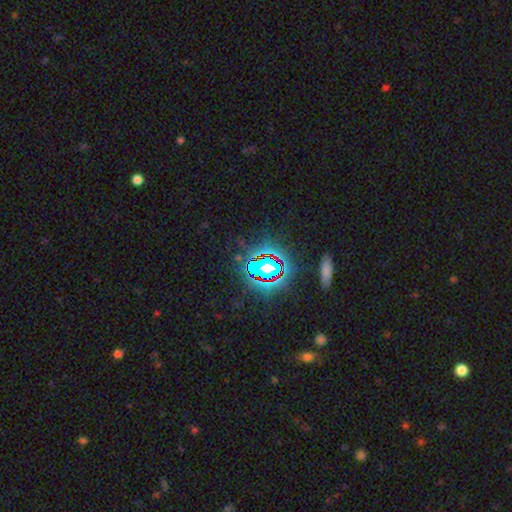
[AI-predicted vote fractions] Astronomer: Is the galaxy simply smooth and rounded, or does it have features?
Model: star or artifact — 81%.